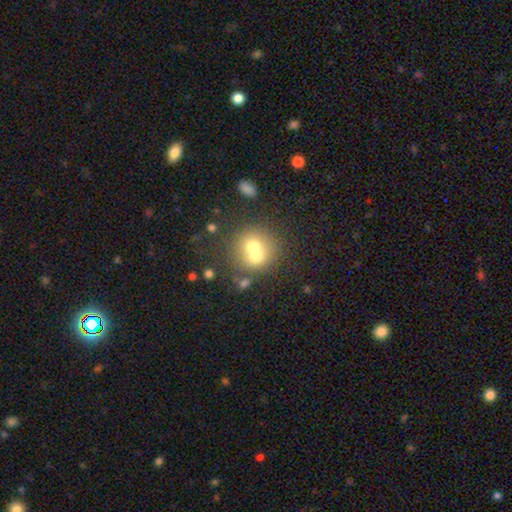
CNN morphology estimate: Smooth or featured: smooth — 64% (featured or disk — 24%)
How rounded: round — 85% (in between — 15%)
Merging: merger — 55% (none — 35%)